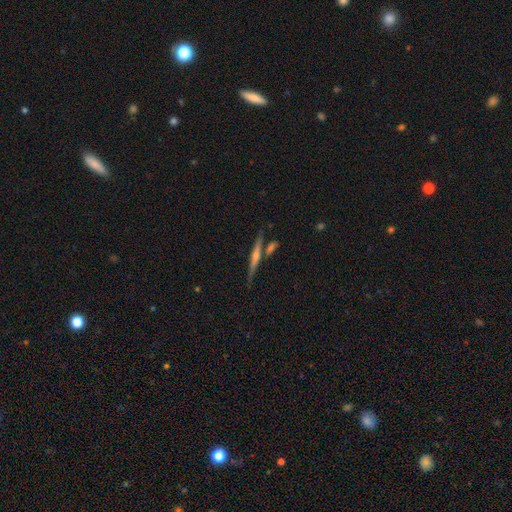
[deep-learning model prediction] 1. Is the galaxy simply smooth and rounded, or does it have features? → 69% featured or disk, 24% smooth, 7% star or artifact.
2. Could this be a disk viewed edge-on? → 97% yes, 3% no.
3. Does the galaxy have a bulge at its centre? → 72% rounded, 18% none, 10% boxy.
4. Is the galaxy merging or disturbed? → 78% none, 10% merger, 9% minor disturbance, 2% major disturbance.